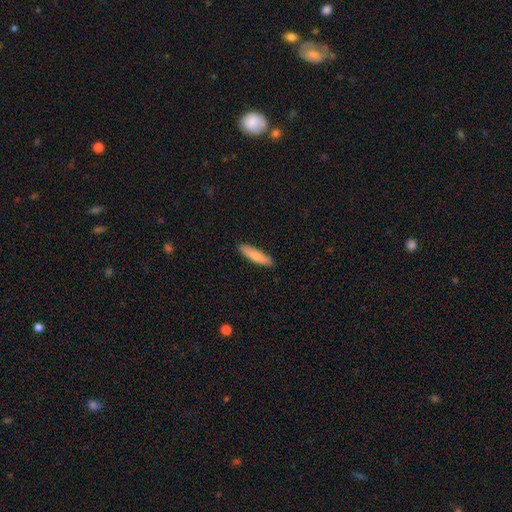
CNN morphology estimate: type=smooth (77%); roundness=cigar-shaped (75%); merging=none (89%).